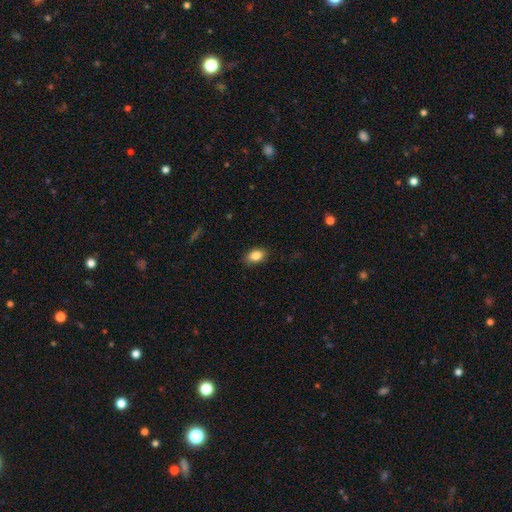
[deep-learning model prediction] smooth 86%, star or artifact 8%, featured or disk 5%. Down the decision tree: how rounded — in between (87%); merging — none (85%).